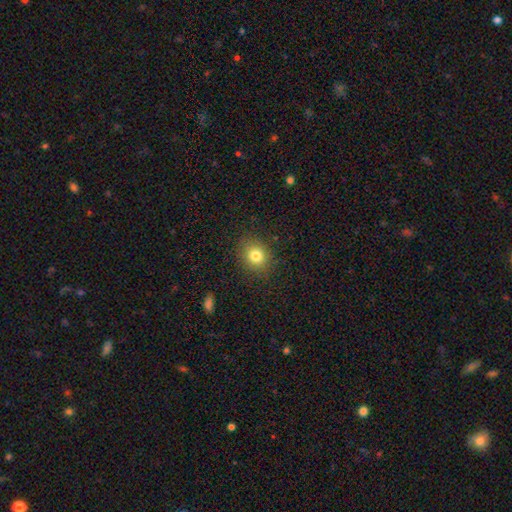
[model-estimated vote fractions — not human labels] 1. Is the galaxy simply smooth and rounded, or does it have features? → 80% smooth, 12% star or artifact, 8% featured or disk.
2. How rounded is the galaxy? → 73% round, 26% in between, 1% cigar-shaped.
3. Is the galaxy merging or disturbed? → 88% none, 8% minor disturbance, 3% major disturbance, 1% merger.